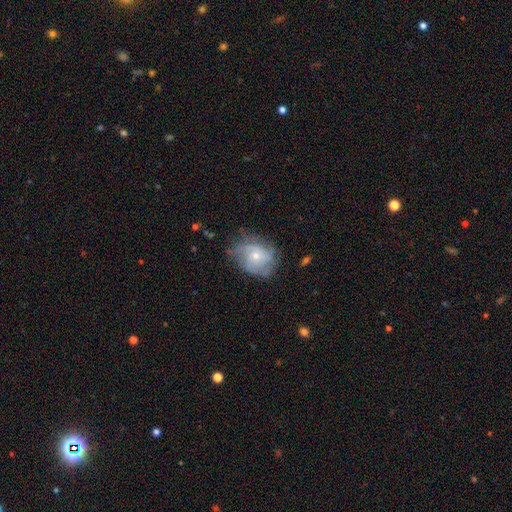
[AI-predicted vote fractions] A featured or disk galaxy (69%) with no bar (77%), medium (41%) spiral arms (87%) and a small central bulge (66%).

Vote fractions:
- Smooth or featured? featured or disk: 69% / smooth: 23% / star or artifact: 8%
- Edge-on disk? no: 97% / yes: 3%
- Bar? no: 77% / weak: 20% / strong: 3%
- Spiral arms? yes: 87% / no: 13%
- Spiral winding? medium: 41% / tight: 39% / loose: 19%
- Spiral arm count? can't tell: 34% / 3: 25% / 2: 18% / 4: 13% / 1: 5% / more than 4: 5%
- Bulge size? small: 66% / moderate: 31% / none: 1% / large: 1% / dominant: 1%
- Merging? none: 60% / minor disturbance: 25% / major disturbance: 12% / merger: 2%